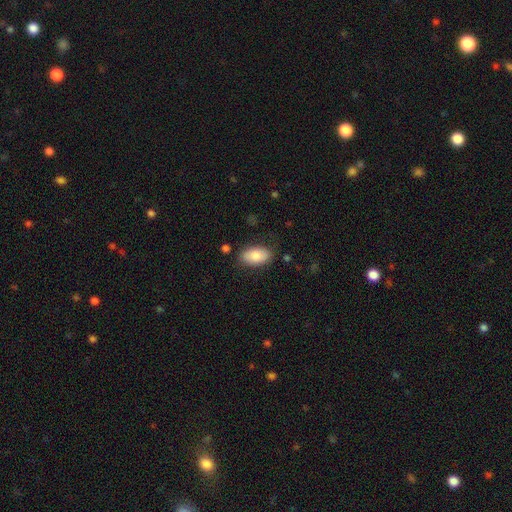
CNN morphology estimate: smooth_or_featured: smooth (p=0.82) [alt: featured or disk p=0.11]
how_rounded: in between (p=0.94) [alt: round p=0.04]
merging: none (p=0.82) [alt: minor disturbance p=0.13]